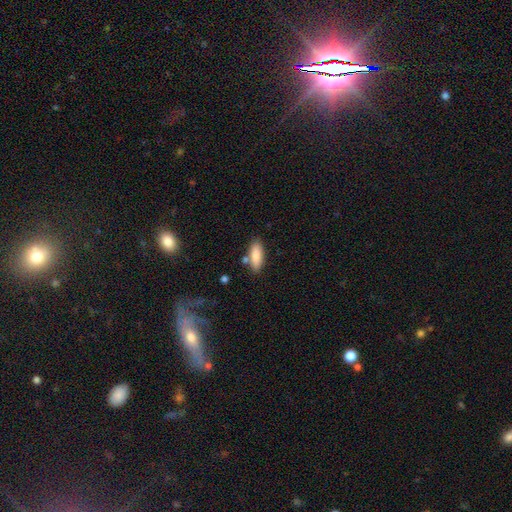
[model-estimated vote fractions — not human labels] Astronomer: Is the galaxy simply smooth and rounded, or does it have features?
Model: smooth — 86%.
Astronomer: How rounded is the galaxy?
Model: in between — 72%.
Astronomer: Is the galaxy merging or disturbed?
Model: none — 76%.